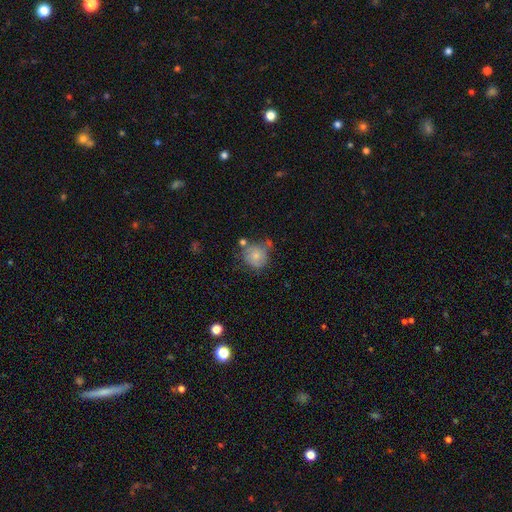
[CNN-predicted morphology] smooth-or-featured: smooth: 70% | featured or disk: 21% | star or artifact: 9%
  how-rounded: round: 77% | in between: 22% | cigar-shaped: 1%
  merging: none: 47% | minor disturbance: 27% | merger: 15% | major disturbance: 11%